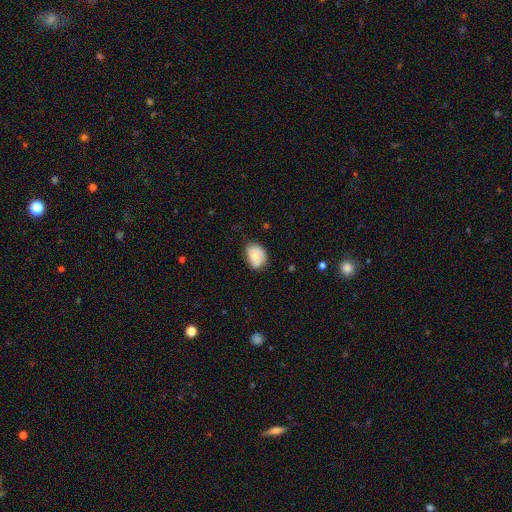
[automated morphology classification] Overall: smooth (71%). How rounded: in between (65%; round 35%). Merging: none (61%; minor disturbance 29%).